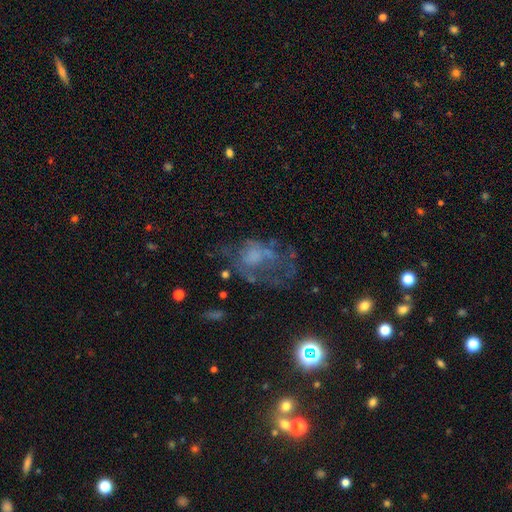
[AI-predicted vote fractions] A featured or disk galaxy (53%) with no bar (86%), no spiral arms (77%) and no central bulge (46%). Merging: major disturbance (41%).